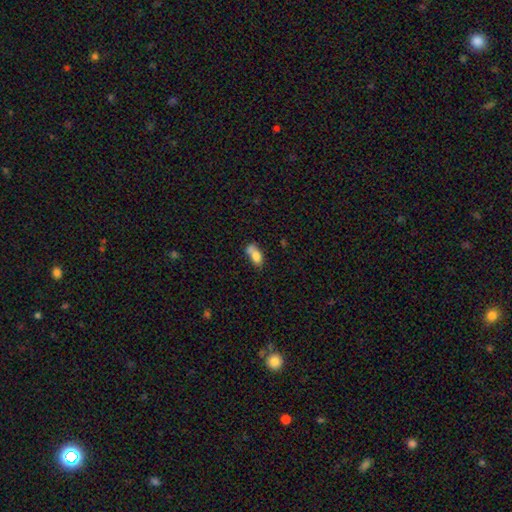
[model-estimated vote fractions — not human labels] Smooth or featured? smooth (76%)
How rounded? in between (84%)
Merging? merger (38%)